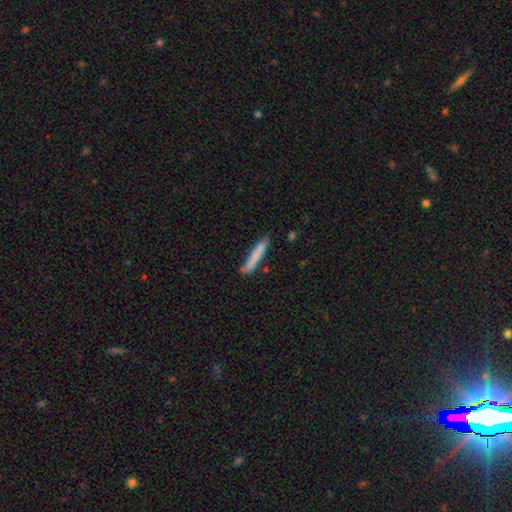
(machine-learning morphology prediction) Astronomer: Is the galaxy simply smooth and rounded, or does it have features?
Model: smooth — 77%.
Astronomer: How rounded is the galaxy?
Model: cigar-shaped — 94%.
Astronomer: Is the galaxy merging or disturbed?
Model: none — 76%.